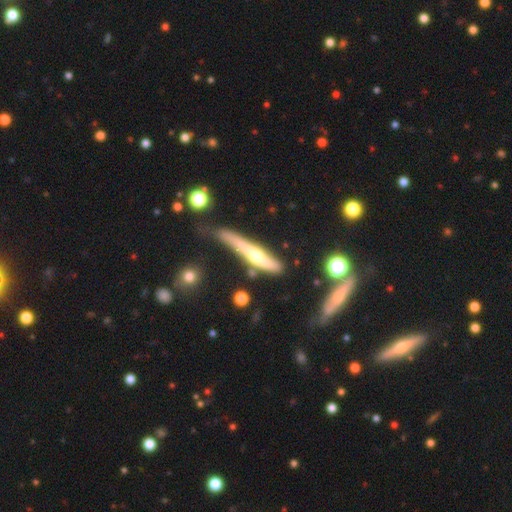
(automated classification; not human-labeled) featured or disk 52%, smooth 42%, star or artifact 6%. Down the decision tree: edge-on disk — yes (83%); merging — none (42%).